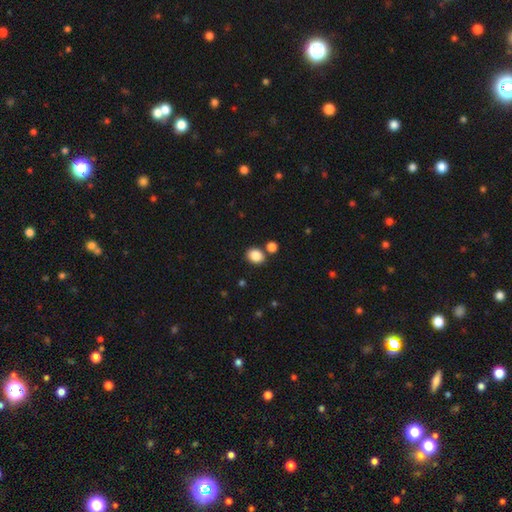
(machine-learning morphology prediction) smooth_or_featured: smooth (p=0.87) [alt: star or artifact p=0.09]
how_rounded: in between (p=0.51) [alt: round p=0.48]
merging: none (p=0.73) [alt: merger p=0.14]